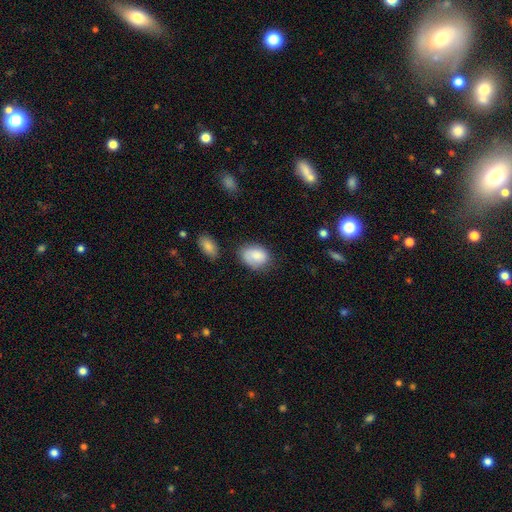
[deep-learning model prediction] Smooth or featured? smooth (84%)
How rounded? in between (75%)
Merging? none (62%)